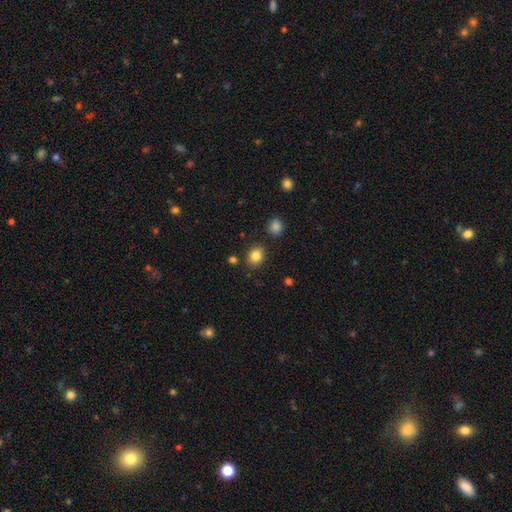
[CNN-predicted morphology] smooth-or-featured: smooth: 84% | star or artifact: 10% | featured or disk: 6%
  how-rounded: round: 58% | in between: 41% | cigar-shaped: 1%
  merging: none: 84% | minor disturbance: 9% | merger: 4% | major disturbance: 3%